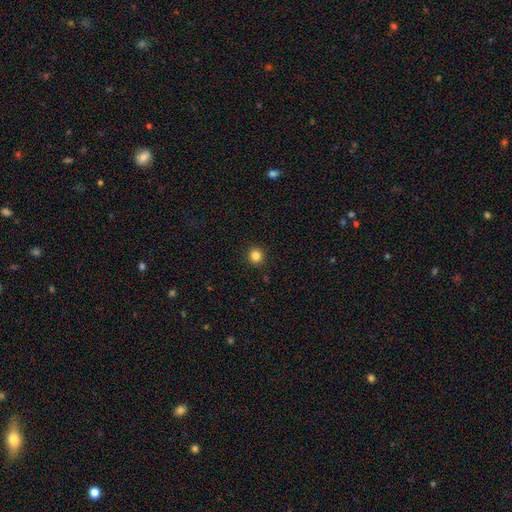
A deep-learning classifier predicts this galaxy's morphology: type=smooth (85%); roundness=round (93%); merging=none (92%).